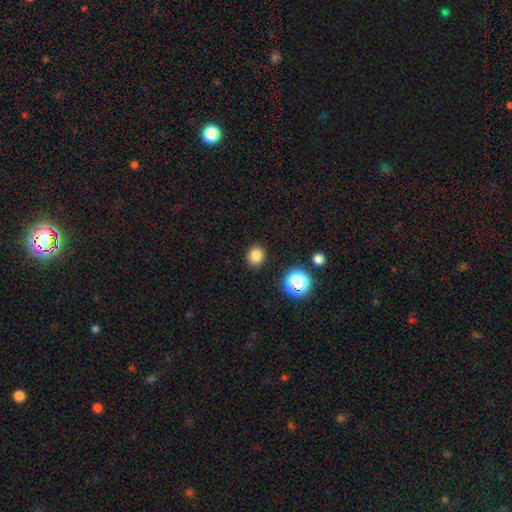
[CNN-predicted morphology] This appears to be a smooth galaxy with no disk features (82%) that is round (69%). Merging: none (89%).